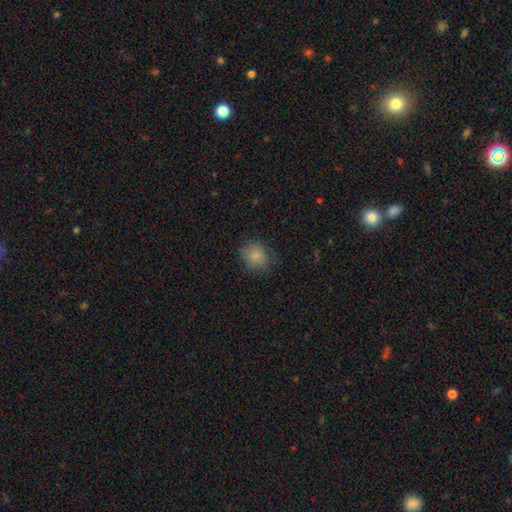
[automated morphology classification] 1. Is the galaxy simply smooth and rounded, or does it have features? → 83% smooth, 9% star or artifact, 8% featured or disk.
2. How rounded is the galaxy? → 69% round, 30% in between, 1% cigar-shaped.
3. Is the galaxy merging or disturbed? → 73% none, 20% minor disturbance, 6% major disturbance, 1% merger.